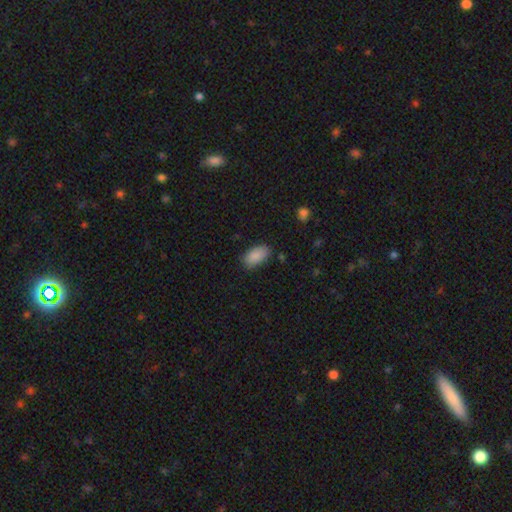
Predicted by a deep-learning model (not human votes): A smooth galaxy with no disk features (89%) that is in between round and cigar-shaped (94%). Merging: none (81%).